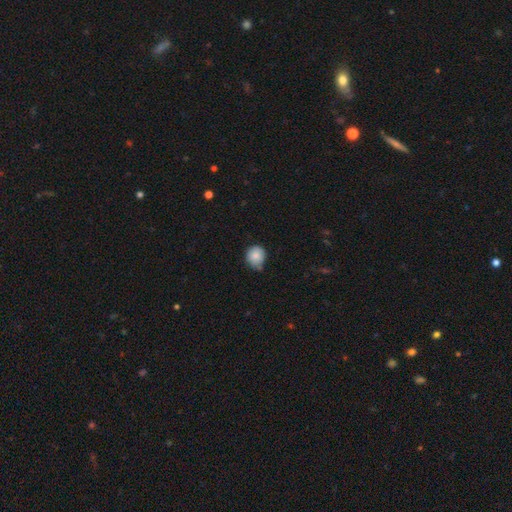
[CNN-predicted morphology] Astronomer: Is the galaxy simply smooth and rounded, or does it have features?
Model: smooth — 85%.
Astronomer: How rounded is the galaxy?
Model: round — 81%.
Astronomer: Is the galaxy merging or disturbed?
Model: none — 58%.